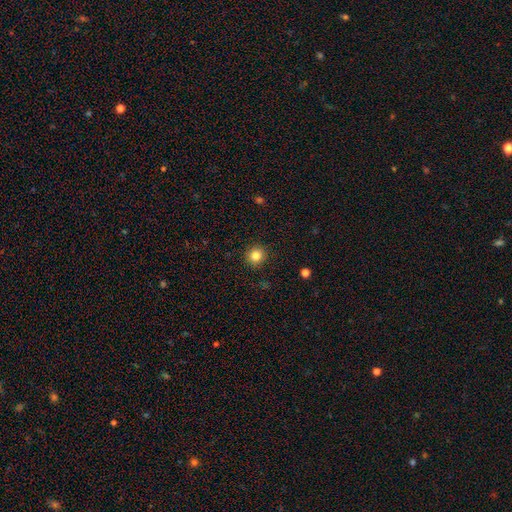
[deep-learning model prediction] Smooth or featured?
  - smooth: 83% *
  - star or artifact: 11%
  - featured or disk: 6%
How rounded?
  - round: 91% *
  - in between: 8%
  - cigar-shaped: 1%
Merging?
  - none: 91% *
  - minor disturbance: 6%
  - major disturbance: 2%
  - merger: 1%